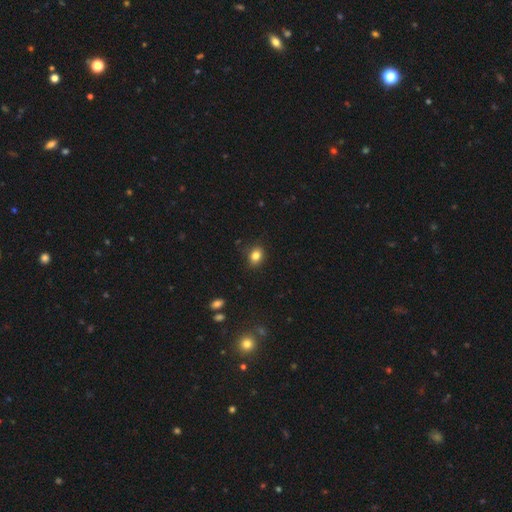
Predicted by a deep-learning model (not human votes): The model was most divided on "how rounded": in between: 62%, round: 37%, cigar-shaped: 1%. More confident: merging — none (85%); smooth or featured — smooth (83%).